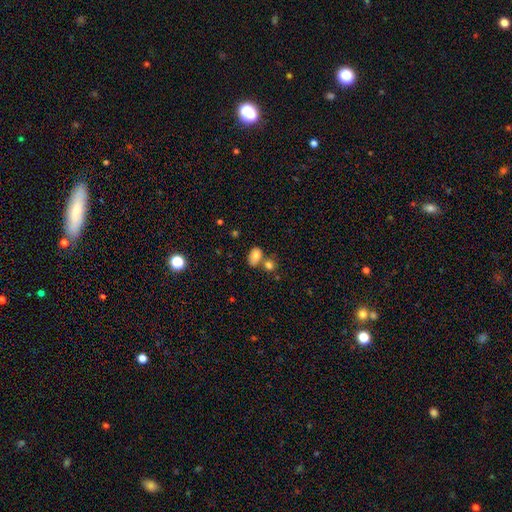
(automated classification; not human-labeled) smooth-or-featured: smooth: 78% | featured or disk: 12% | star or artifact: 10%
  how-rounded: in between: 80% | round: 19% | cigar-shaped: 1%
  merging: none: 48% | merger: 30% | minor disturbance: 16% | major disturbance: 6%